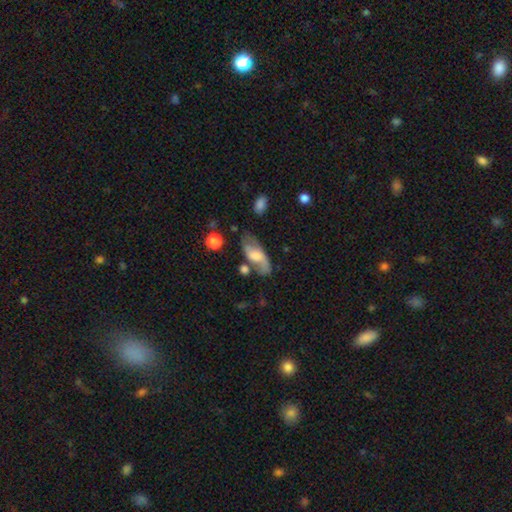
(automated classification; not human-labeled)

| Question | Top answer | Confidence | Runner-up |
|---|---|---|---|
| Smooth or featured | smooth | 48% | featured or disk (44%) |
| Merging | none | 56% | minor disturbance (24%) |